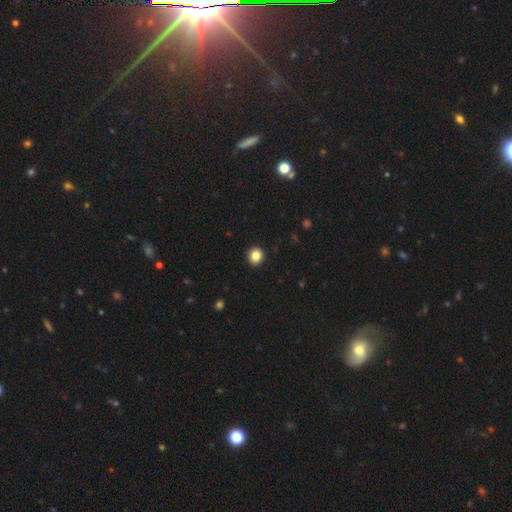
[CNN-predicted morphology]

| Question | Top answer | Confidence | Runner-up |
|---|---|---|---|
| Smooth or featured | smooth | 85% | star or artifact (11%) |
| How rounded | round | 91% | in between (8%) |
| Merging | none | 93% | minor disturbance (4%) |